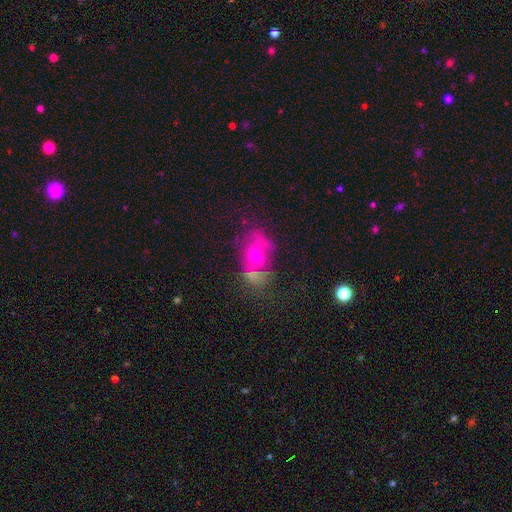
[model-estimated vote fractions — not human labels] Q: Smooth or featured?
A: smooth (52%); runner-up: featured or disk (33%)
Q: How rounded?
A: in between (66%); runner-up: round (31%)
Q: Merging?
A: none (42%); runner-up: merger (22%)